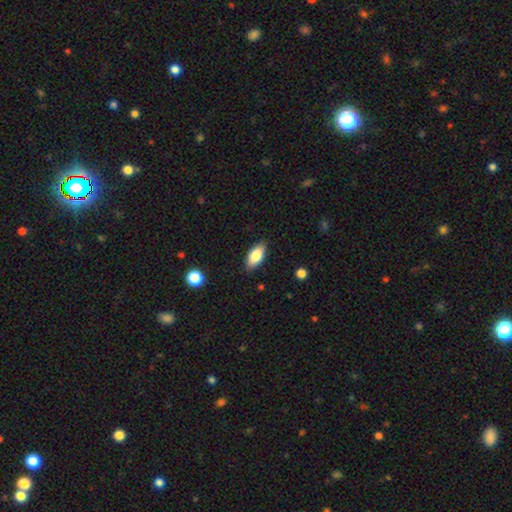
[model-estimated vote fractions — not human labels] smooth 83%, featured or disk 11%, star or artifact 7%. Down the decision tree: how rounded — in between (90%); merging — none (86%).